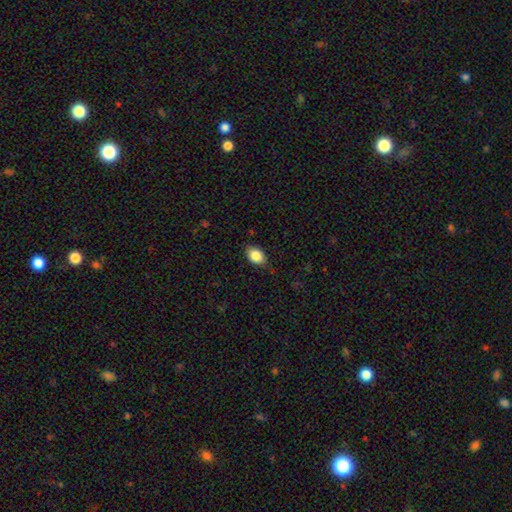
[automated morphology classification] A smooth galaxy with no disk features (86%) that is in between round and cigar-shaped (83%).

Vote fractions:
- Smooth or featured? smooth: 86% / star or artifact: 8% / featured or disk: 6%
- How rounded? in between: 83% / round: 16% / cigar-shaped: 1%
- Merging? none: 81% / minor disturbance: 15% / major disturbance: 3% / merger: 1%